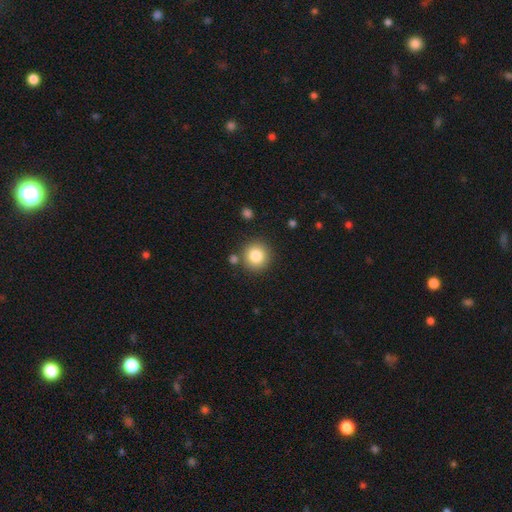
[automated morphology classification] Smooth or featured?
  - smooth: 83% *
  - star or artifact: 10%
  - featured or disk: 7%
How rounded?
  - round: 93% *
  - in between: 6%
  - cigar-shaped: 1%
Merging?
  - none: 84% *
  - minor disturbance: 8%
  - merger: 6%
  - major disturbance: 3%